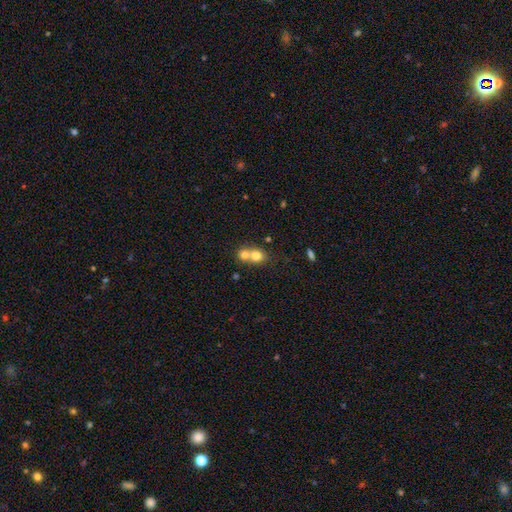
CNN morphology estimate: Smooth or featured?
  - smooth: 75% *
  - featured or disk: 15%
  - star or artifact: 11%
How rounded?
  - round: 72% *
  - in between: 27%
  - cigar-shaped: 1%
Merging?
  - merger: 65% *
  - none: 28%
  - minor disturbance: 5%
  - major disturbance: 2%